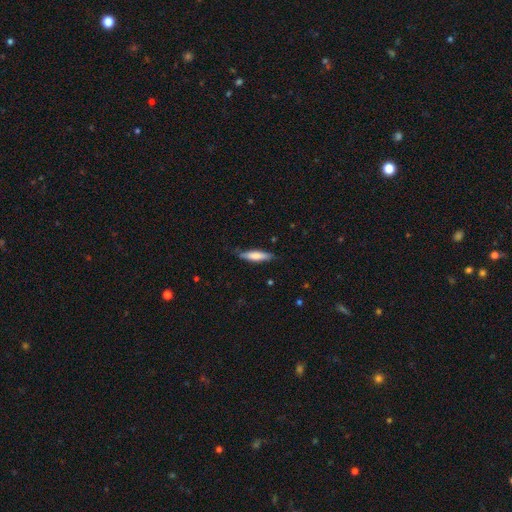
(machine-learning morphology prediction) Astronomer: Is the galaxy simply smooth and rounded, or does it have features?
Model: smooth — 70%.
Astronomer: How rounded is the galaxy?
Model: cigar-shaped — 76%.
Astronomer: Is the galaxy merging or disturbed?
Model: none — 78%.